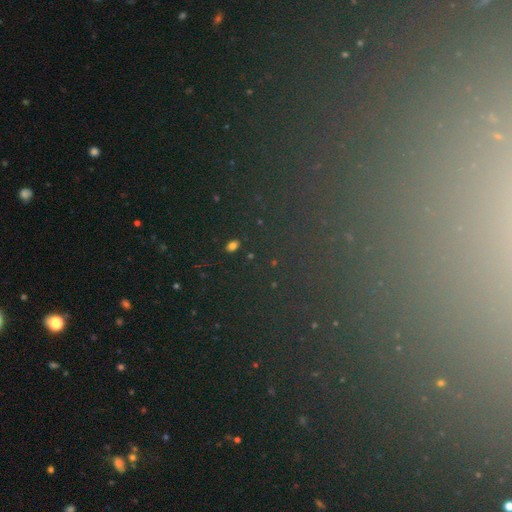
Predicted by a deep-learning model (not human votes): This appears to be a star or artifact, not a galaxy (76%).